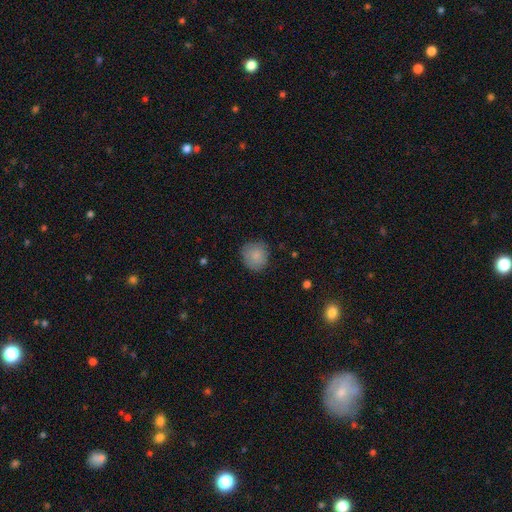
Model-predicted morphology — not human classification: Smooth or featured? Predicted: smooth (p=0.84). How rounded? Predicted: round (p=0.87). Merging? Predicted: none (p=0.80).